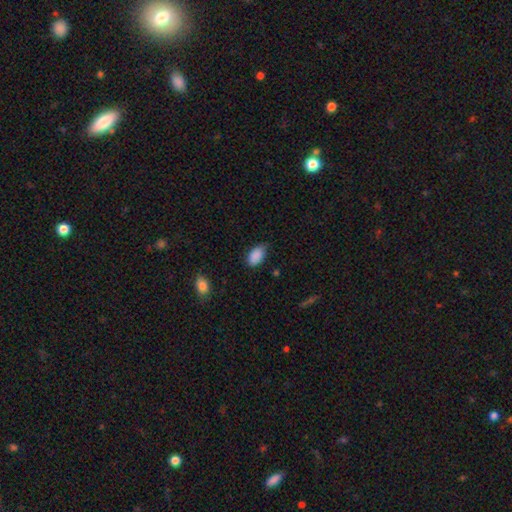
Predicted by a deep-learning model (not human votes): smooth 89%, star or artifact 7%, featured or disk 4%. Down the decision tree: how rounded — in between (93%); merging — none (69%).